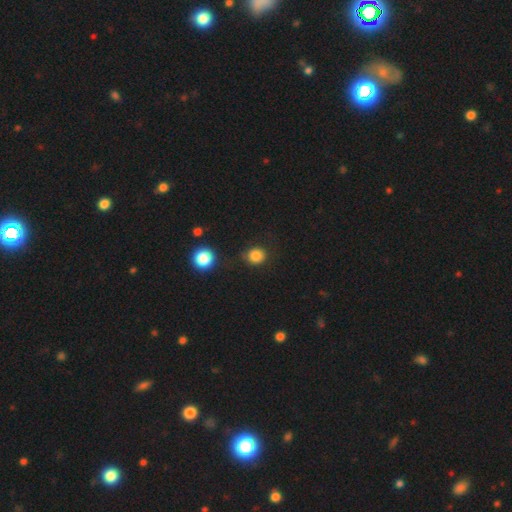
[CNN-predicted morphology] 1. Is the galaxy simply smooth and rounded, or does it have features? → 83% smooth, 12% star or artifact, 5% featured or disk.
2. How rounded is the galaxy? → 84% round, 15% in between, 1% cigar-shaped.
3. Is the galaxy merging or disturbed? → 77% none, 14% minor disturbance, 5% major disturbance, 4% merger.